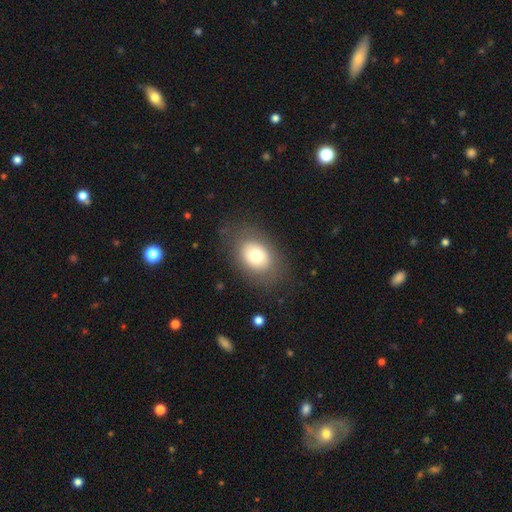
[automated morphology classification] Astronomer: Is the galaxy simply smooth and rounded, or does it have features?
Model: smooth — 73%.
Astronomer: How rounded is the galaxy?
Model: in between — 72%.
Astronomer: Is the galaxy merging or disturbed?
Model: none — 80%.